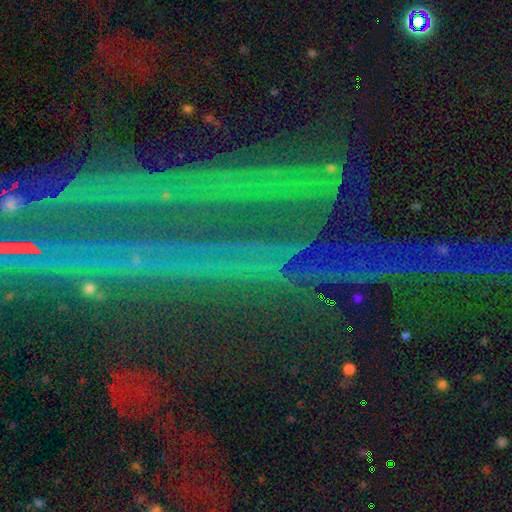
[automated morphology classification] The model was most divided on "smooth or featured": star or artifact: 82%, featured or disk: 10%, smooth: 7%.